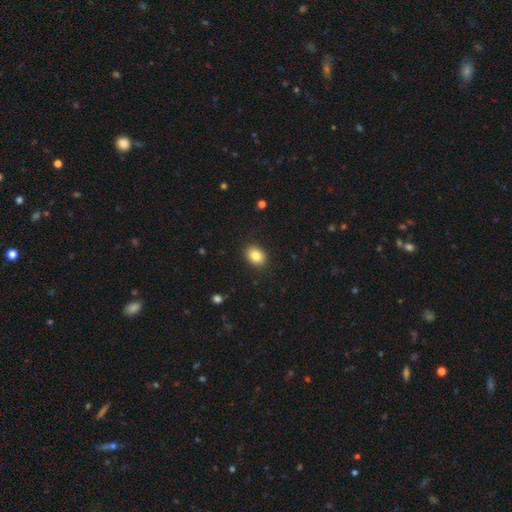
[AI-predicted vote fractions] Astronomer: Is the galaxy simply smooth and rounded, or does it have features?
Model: smooth — 85%.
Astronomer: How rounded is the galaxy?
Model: in between — 70%.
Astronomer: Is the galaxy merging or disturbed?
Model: none — 89%.